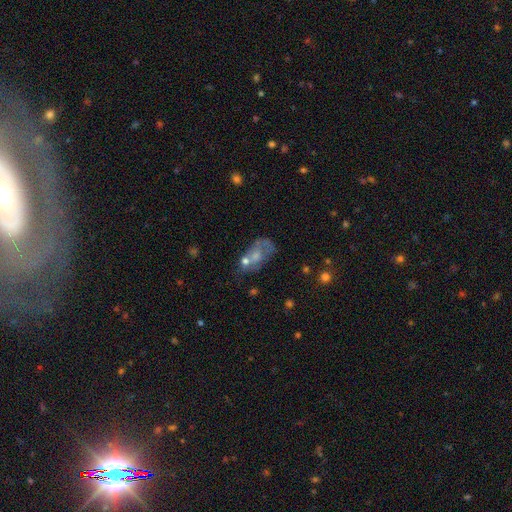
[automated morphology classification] Smooth or featured? featured or disk (44%)
Merging? merger (29%, tied with none)